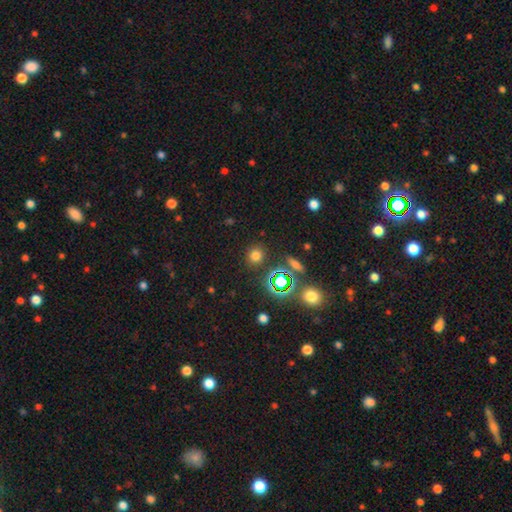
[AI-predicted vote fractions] Q: Smooth or featured?
A: smooth (68%); runner-up: star or artifact (25%)
Q: How rounded?
A: round (85%); runner-up: in between (14%)
Q: Merging?
A: none (87%); runner-up: minor disturbance (7%)